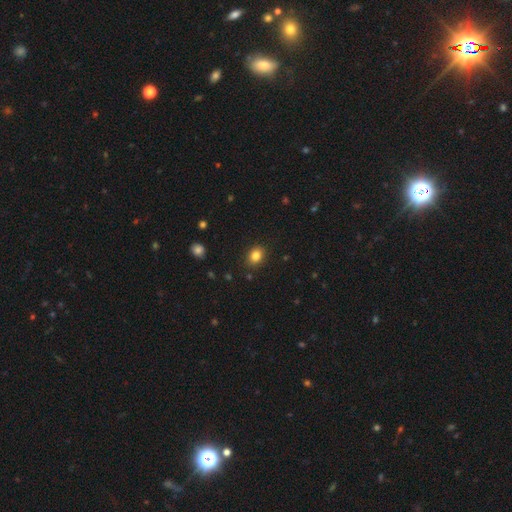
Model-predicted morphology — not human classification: A smooth galaxy with no disk features (83%) that is in between round and cigar-shaped (59%).

Vote fractions:
- Smooth or featured? smooth: 83% / star or artifact: 11% / featured or disk: 6%
- How rounded? in between: 59% / round: 40% / cigar-shaped: 1%
- Merging? none: 88% / minor disturbance: 9% / major disturbance: 2% / merger: 1%